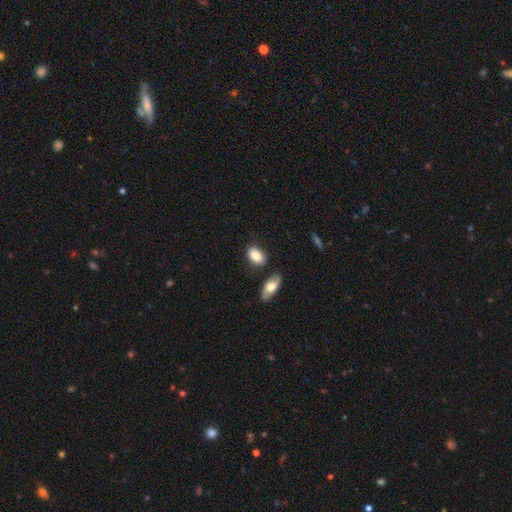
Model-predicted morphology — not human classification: smooth 85%, featured or disk 8%, star or artifact 7%. Down the decision tree: how rounded — in between (89%); merging — none (73%).